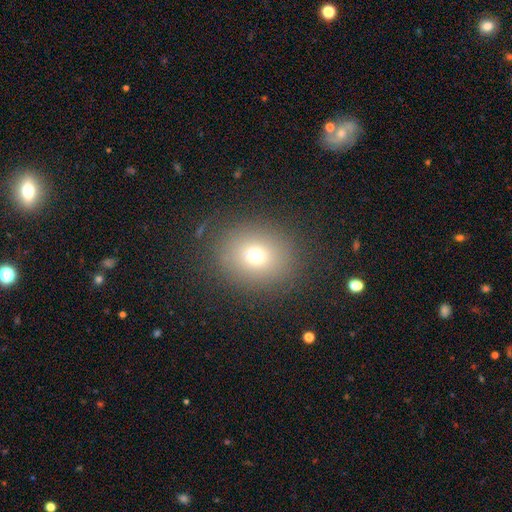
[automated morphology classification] A smooth galaxy with no disk features (70%) that is round (76%). Merging: none (85%).